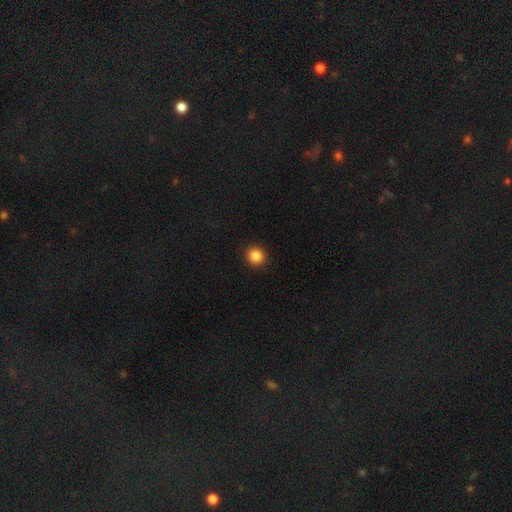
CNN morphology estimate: Q: Smooth or featured?
A: smooth (86%); runner-up: star or artifact (11%)
Q: How rounded?
A: round (92%); runner-up: in between (7%)
Q: Merging?
A: none (93%); runner-up: minor disturbance (5%)